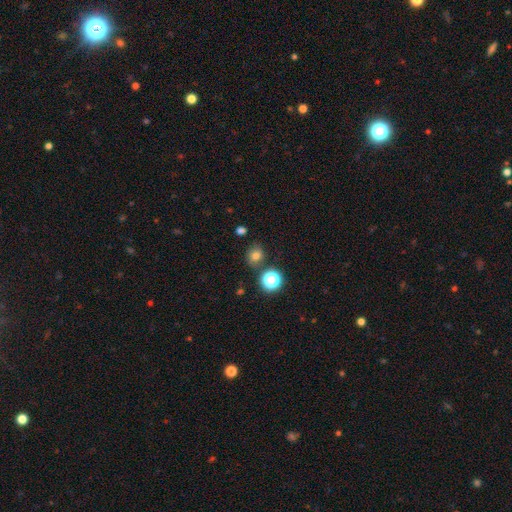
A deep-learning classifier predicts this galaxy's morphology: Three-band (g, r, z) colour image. It shows a smooth galaxy with no disk features (73%) that is round (74%). Merging: none (79%).